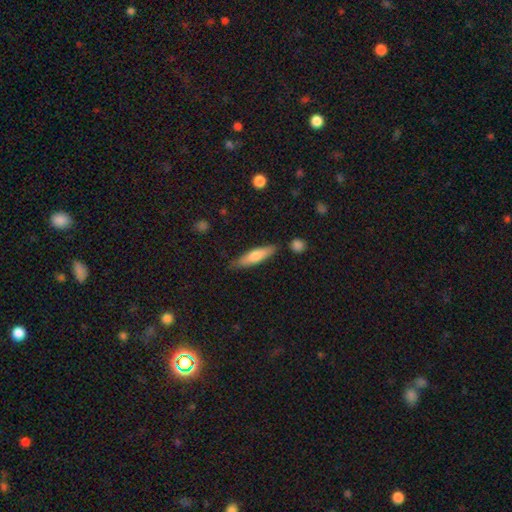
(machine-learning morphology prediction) Smooth or featured? smooth (64%)
How rounded? cigar-shaped (73%)
Merging? none (80%)